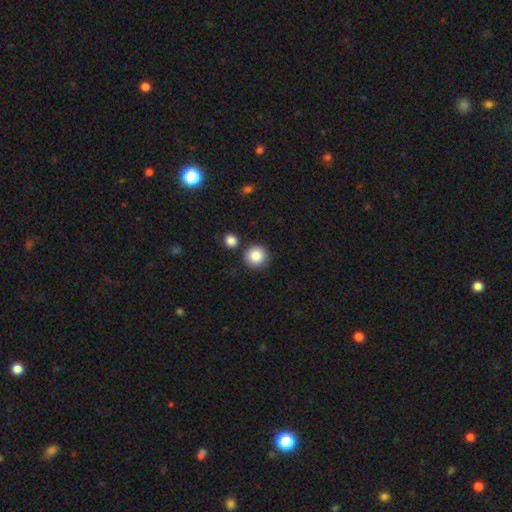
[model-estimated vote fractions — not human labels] Smooth or featured? smooth (87%)
How rounded? round (94%)
Merging? none (83%)